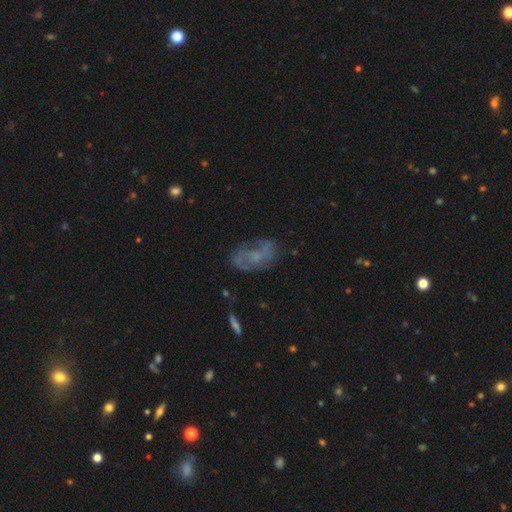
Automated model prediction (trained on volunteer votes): The model was most divided on "bulge size": small: 40%, none: 38%, moderate: 19%, large: 2%, dominant: 1%. More confident: edge-on disk — no (95%); bar — no (71%); spiral arms — yes (67%); merging — none (63%); smooth or featured — featured or disk (59%).